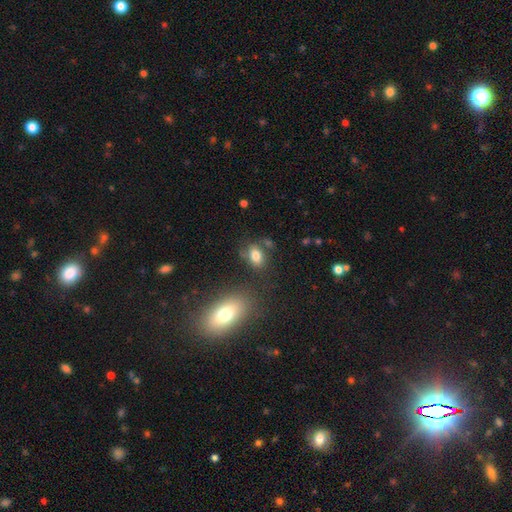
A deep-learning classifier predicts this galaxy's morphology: A smooth galaxy with no disk features (80%) that is in between round and cigar-shaped (84%). Merging: none (69%).